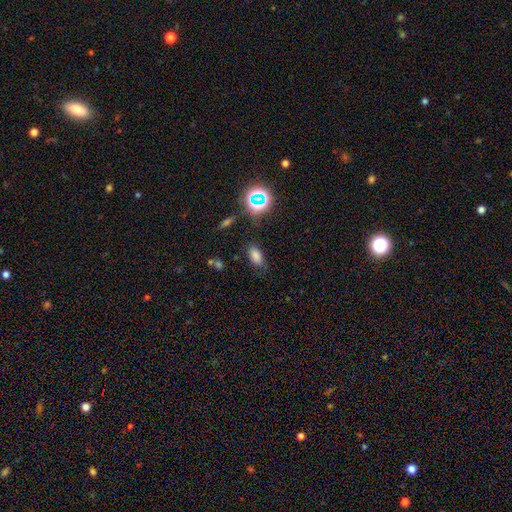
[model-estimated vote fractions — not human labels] Smooth or featured? smooth (73%)
How rounded? in between (88%)
Merging? none (76%)